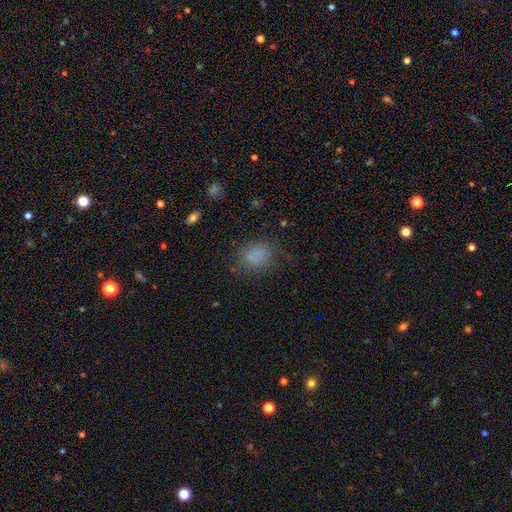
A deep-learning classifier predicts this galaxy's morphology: smooth_or_featured: smooth (p=0.77) [alt: star or artifact p=0.14]
how_rounded: in between (p=0.56) [alt: round p=0.42]
merging: none (p=0.70) [alt: minor disturbance p=0.18]